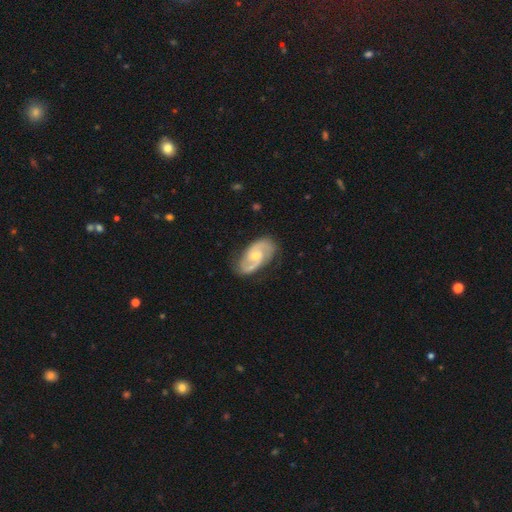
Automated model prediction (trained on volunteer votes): A featured or disk galaxy (85%) with no bar (53%), 2 (89%) medium (53%) spiral arms (97%) and a moderate central bulge (53%). Merging: none (79%).